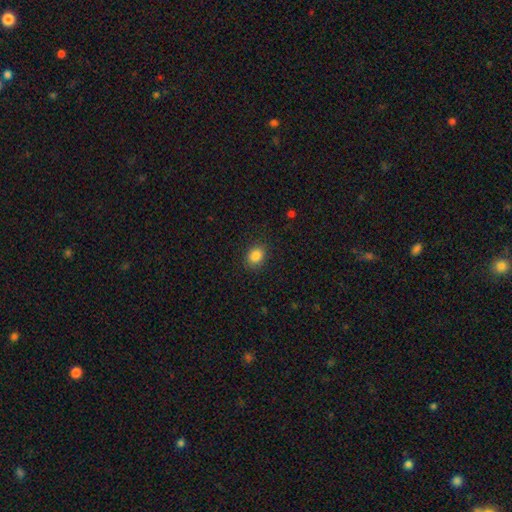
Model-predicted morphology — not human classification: smooth_or_featured: smooth (p=0.86) [alt: star or artifact p=0.10]
how_rounded: round (p=0.52) [alt: in between p=0.48]
merging: none (p=0.86) [alt: minor disturbance p=0.10]